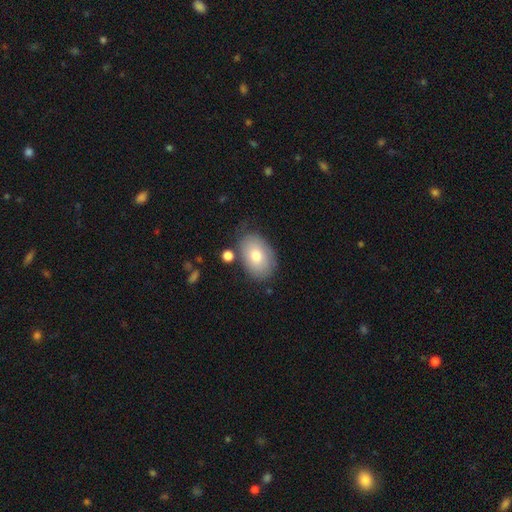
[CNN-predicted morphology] This is likely a smooth galaxy (72%). How rounded: clearly in between (85%). Merging: likely none (72%).